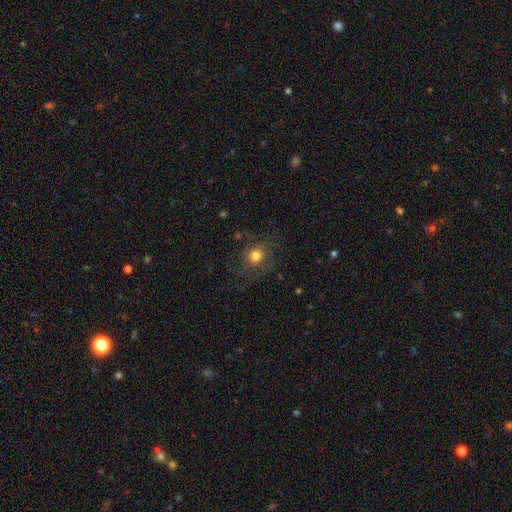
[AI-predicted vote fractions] smooth 59%, featured or disk 28%, star or artifact 13%. Down the decision tree: how rounded — round (84%); merging — none (67%).